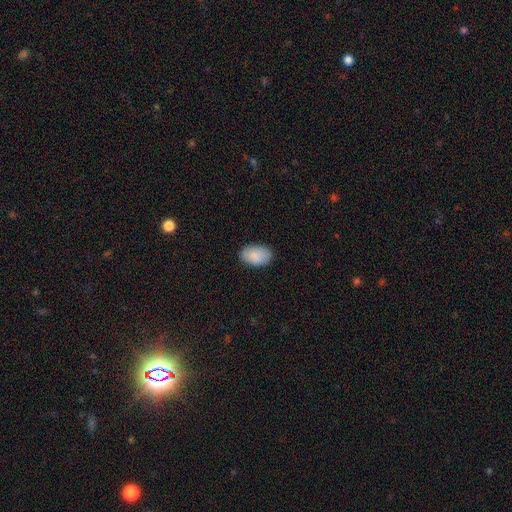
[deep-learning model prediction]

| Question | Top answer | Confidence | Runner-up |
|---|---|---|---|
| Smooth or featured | smooth | 88% | star or artifact (6%) |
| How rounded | in between | 92% | round (7%) |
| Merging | none | 85% | minor disturbance (11%) |